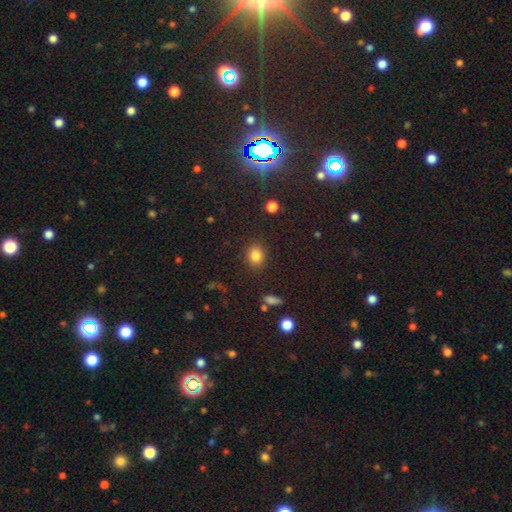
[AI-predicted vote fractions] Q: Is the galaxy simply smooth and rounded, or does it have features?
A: smooth — 82%.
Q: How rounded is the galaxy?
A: round — 54%.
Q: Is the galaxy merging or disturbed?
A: none — 86%.